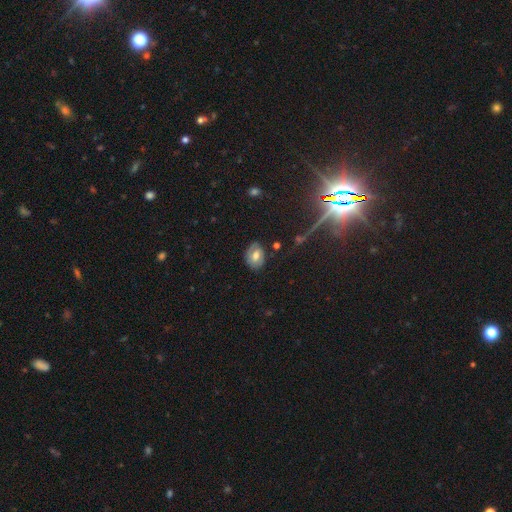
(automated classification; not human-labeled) A featured or disk galaxy (45%).

Vote fractions:
- Smooth or featured? featured or disk: 45% / smooth: 44% / star or artifact: 11%
- Merging? none: 75% / minor disturbance: 18% / major disturbance: 5% / merger: 2%